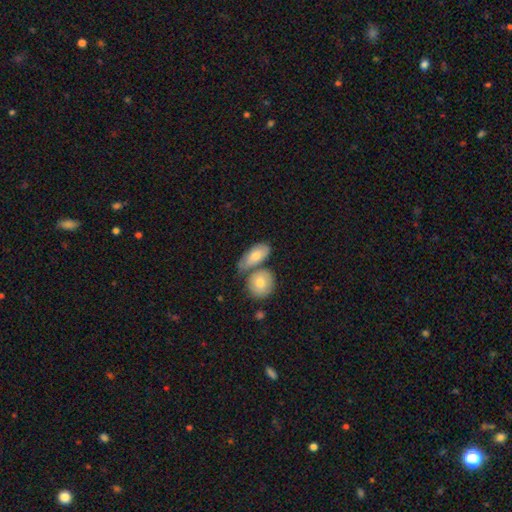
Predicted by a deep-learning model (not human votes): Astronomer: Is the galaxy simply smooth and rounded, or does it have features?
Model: smooth — 76%.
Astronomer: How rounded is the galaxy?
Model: in between — 82%.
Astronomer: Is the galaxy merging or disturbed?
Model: none — 43% (runner-up: merger, 36%).